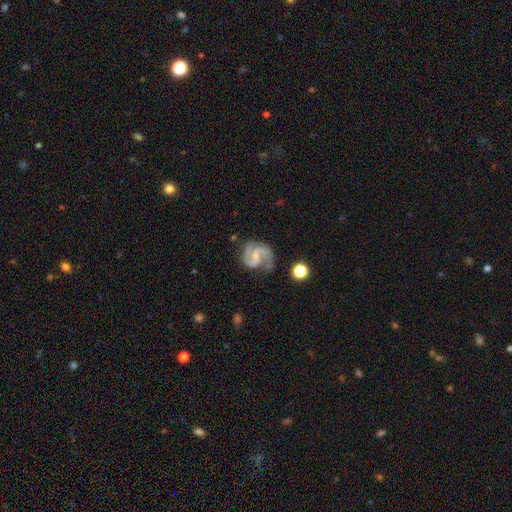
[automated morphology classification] Smooth or featured? Predicted: featured or disk (p=0.87). Edge-on disk? Predicted: no (p=0.98). Bar? Predicted: weak (p=0.49). Spiral arms? Predicted: yes (p=0.97). Spiral winding? Predicted: medium (p=0.56). Spiral arm count? Predicted: 2 (p=0.83). Bulge size? Predicted: small (p=0.47). Merging? Predicted: none (p=0.65).